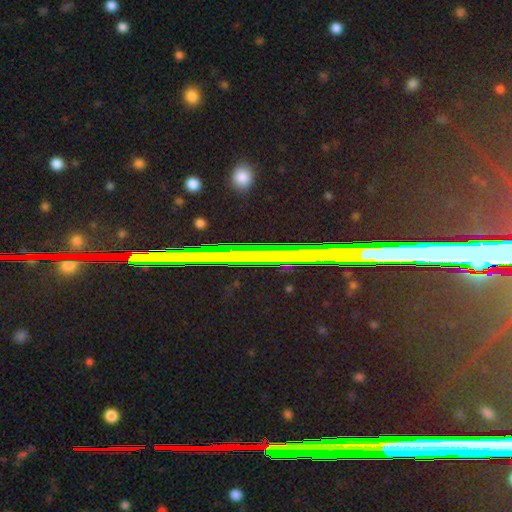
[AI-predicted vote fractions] A star or artifact, not a galaxy (79%).